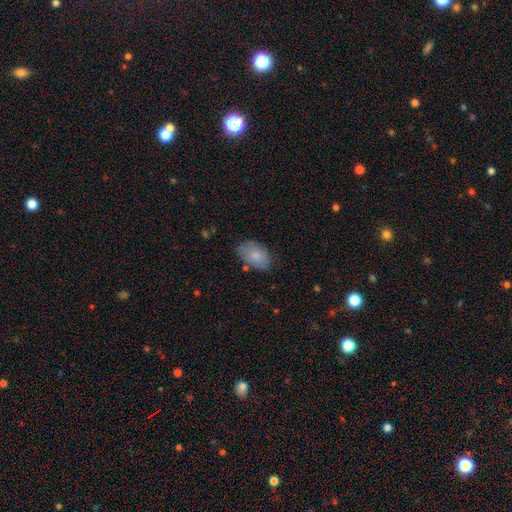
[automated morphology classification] type=smooth (81%); roundness=in between (90%); merging=none (74%).